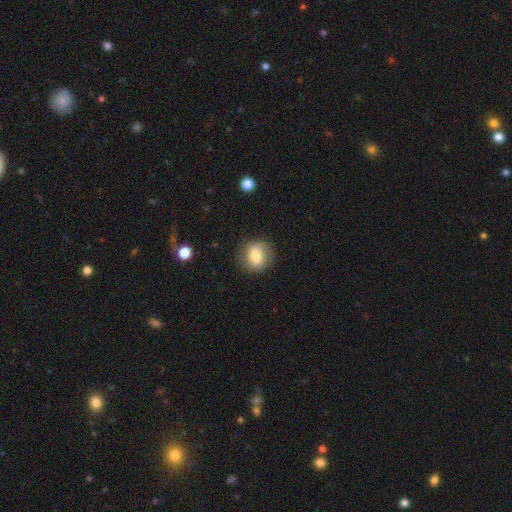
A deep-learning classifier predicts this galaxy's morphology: A smooth galaxy with no disk features (74%) that is round (76%).

Vote fractions:
- Smooth or featured? smooth: 74% / featured or disk: 18% / star or artifact: 8%
- How rounded? round: 76% / in between: 23% / cigar-shaped: 1%
- Merging? none: 83% / minor disturbance: 12% / major disturbance: 4% / merger: 1%